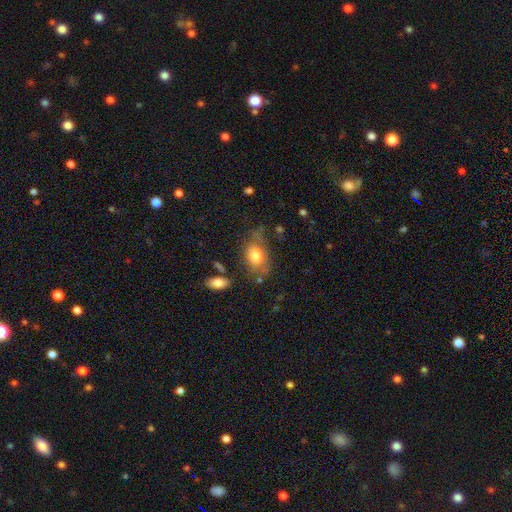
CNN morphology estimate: Smooth or featured: smooth — 75% (featured or disk — 16%)
How rounded: in between — 80% (round — 18%)
Merging: none — 62% (minor disturbance — 23%)